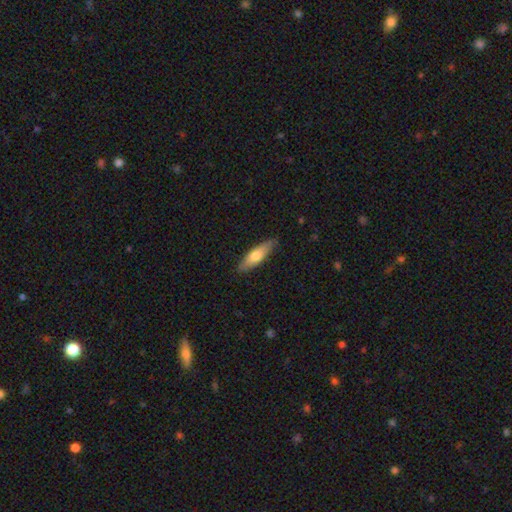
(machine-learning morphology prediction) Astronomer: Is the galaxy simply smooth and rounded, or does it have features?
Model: smooth — 65%.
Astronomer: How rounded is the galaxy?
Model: cigar-shaped — 54% (runner-up: in between, 44%).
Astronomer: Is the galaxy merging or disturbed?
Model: none — 85%.